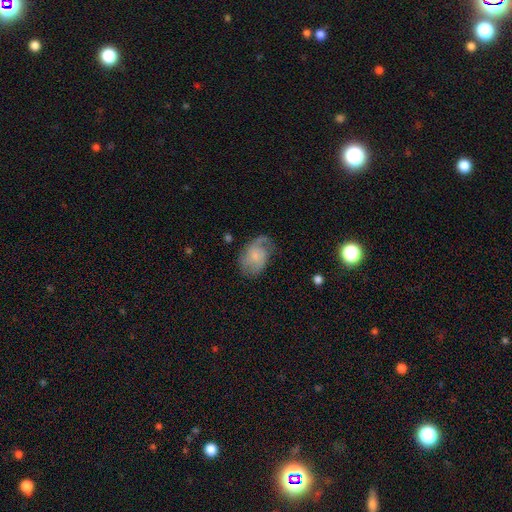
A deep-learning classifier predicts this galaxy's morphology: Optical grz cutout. It shows a featured or disk galaxy (55%) with no bar (69%), spiral arms (85%) and a small central bulge (62%). Merging: none (52%).